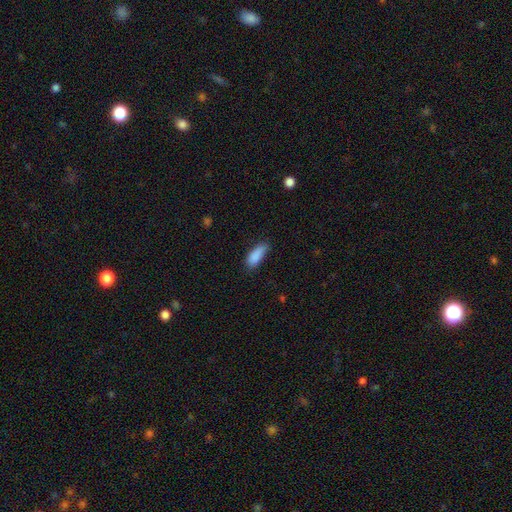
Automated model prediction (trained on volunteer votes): Smooth or featured? Predicted: smooth (p=0.87). How rounded? Predicted: in between (p=0.74). Merging? Predicted: none (p=0.59).